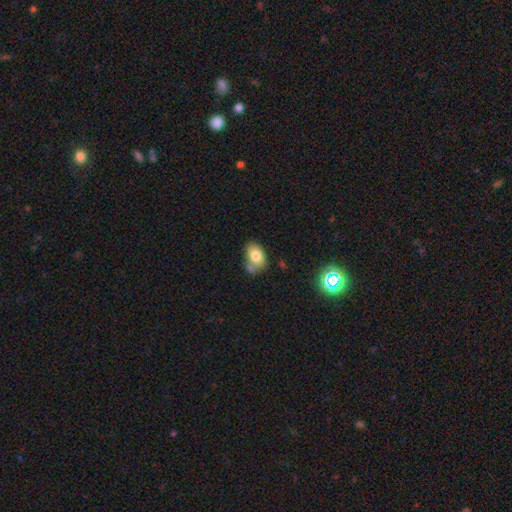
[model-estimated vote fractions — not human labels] Smooth or featured: smooth — 77% (featured or disk — 14%)
How rounded: in between — 81% (round — 18%)
Merging: none — 50% (minor disturbance — 22%)